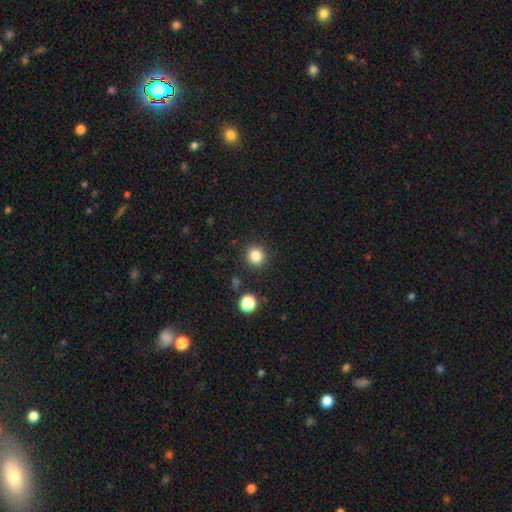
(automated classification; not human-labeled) This appears to be a smooth galaxy with no disk features (84%) that is round (91%). Merging: none (90%).